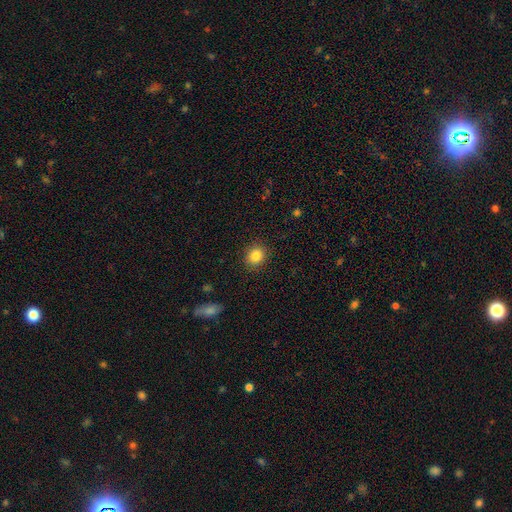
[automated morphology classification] A smooth galaxy with no disk features (84%) that is round (74%). Merging: none (89%).